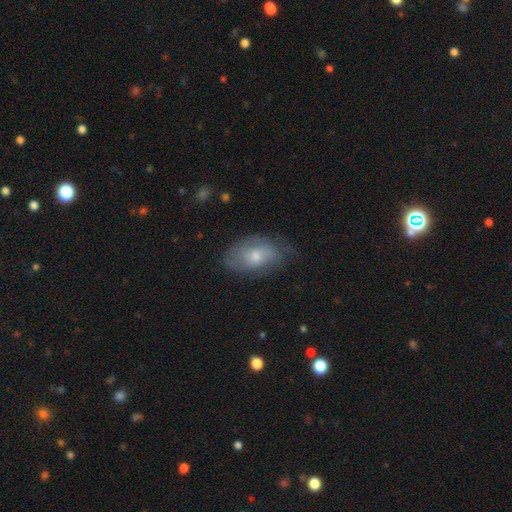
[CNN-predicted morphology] This is possibly a smooth galaxy (50%). Merging: likely none (61%).